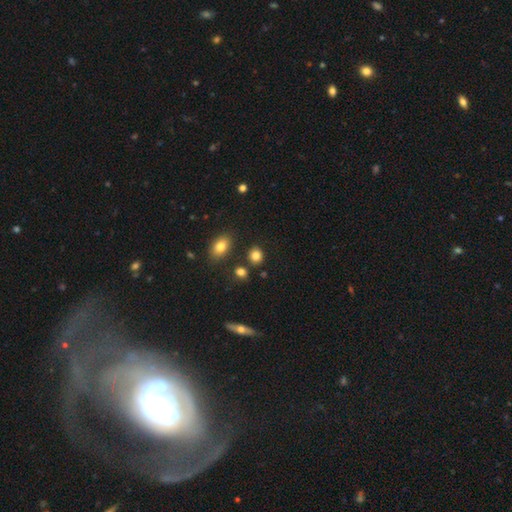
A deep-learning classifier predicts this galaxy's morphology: A smooth galaxy with no disk features (83%) that is round (69%). Merging: none (83%).